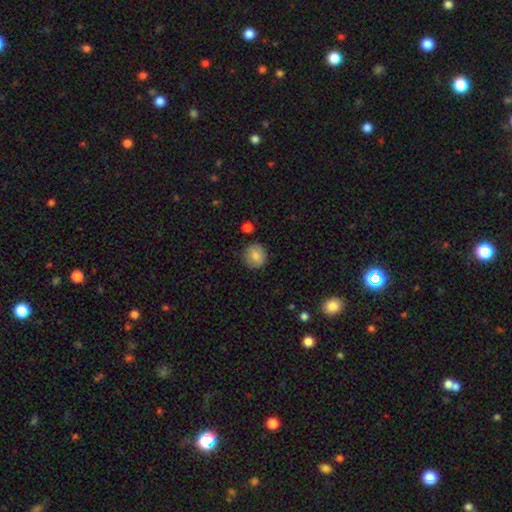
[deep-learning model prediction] Overall: smooth (84%). How rounded: round (89%). Merging: none (84%).